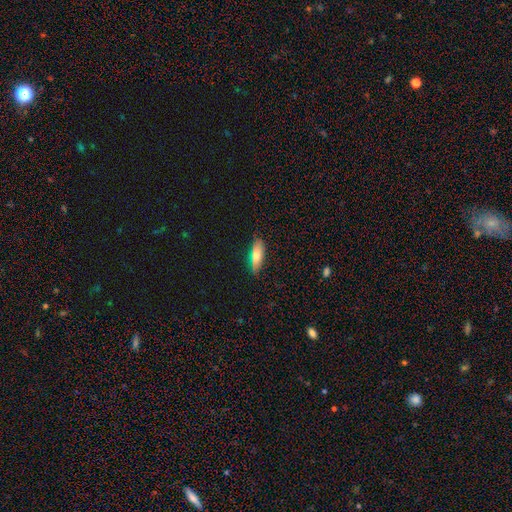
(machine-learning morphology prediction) Smooth or featured? smooth (72%)
How rounded? in between (64%)
Merging? none (84%)